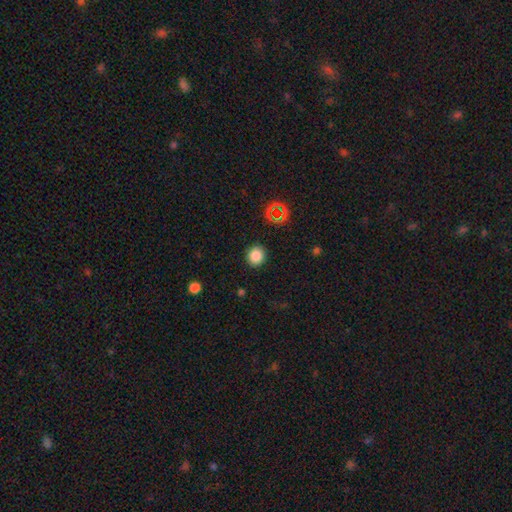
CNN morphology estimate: smooth-or-featured: smooth: 82% | star or artifact: 14% | featured or disk: 4%
  how-rounded: round: 85% | in between: 14% | cigar-shaped: 1%
  merging: none: 90% | minor disturbance: 6% | major disturbance: 2% | merger: 1%